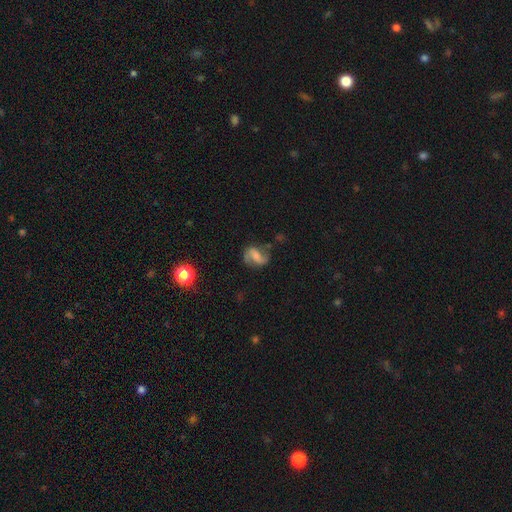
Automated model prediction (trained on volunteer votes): The model was most divided on "bulge size": none: 33%, small: 27%, moderate: 26%, large: 12%, dominant: 3%. Remaining: edge-on disk — no (97%); spiral arms — yes (88%); spiral arm count — 2 (85%); smooth or featured — featured or disk (63%); merging — none (62%); spiral winding — loose (52%); bar — weak (41%).